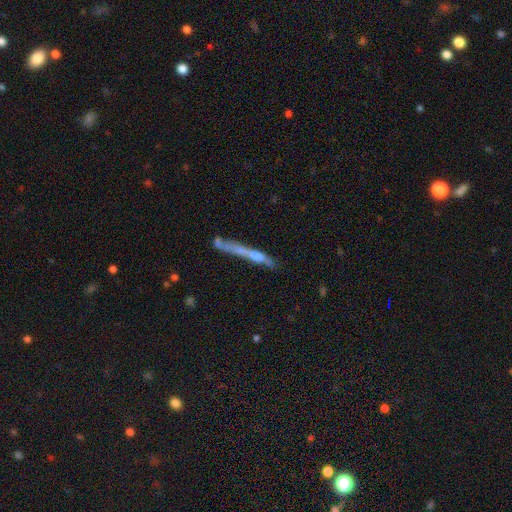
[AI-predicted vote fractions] This is possibly a featured or disk galaxy (52%). It is clearly viewed edge-on (82%). Merging: possibly none (47%).